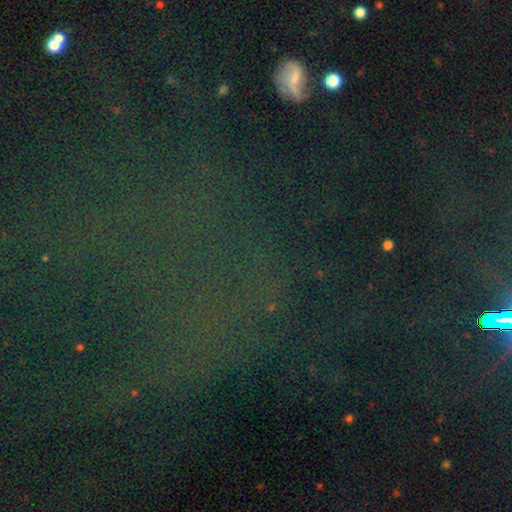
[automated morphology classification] Smooth or featured? star or artifact (77%)